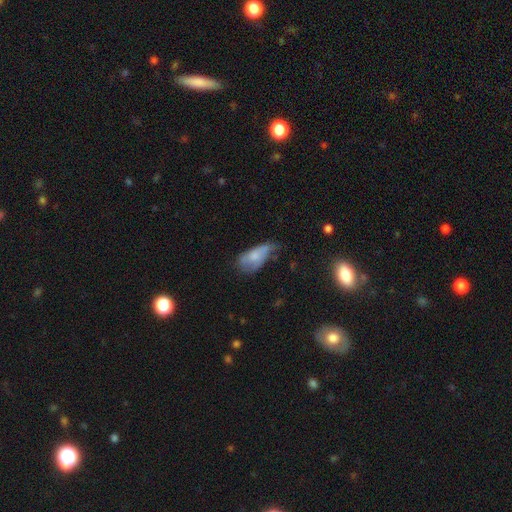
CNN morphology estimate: Q: Smooth or featured?
A: smooth (66%); runner-up: featured or disk (25%)
Q: How rounded?
A: in between (89%); runner-up: cigar-shaped (7%)
Q: Merging?
A: minor disturbance (41%); runner-up: major disturbance (27%)